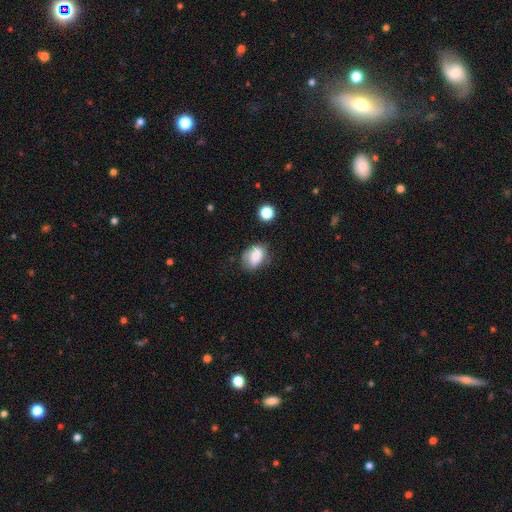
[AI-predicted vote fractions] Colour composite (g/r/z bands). It shows a smooth galaxy with no disk features (75%) that is in between round and cigar-shaped (75%). Merging: none (59%).